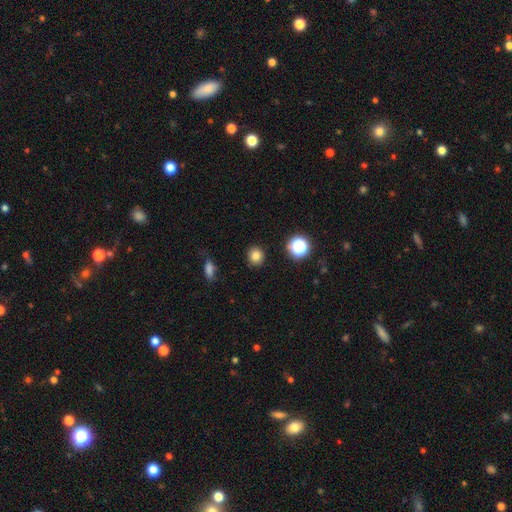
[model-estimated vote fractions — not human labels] Smooth or featured? Predicted: smooth (p=0.81). How rounded? Predicted: round (p=0.86). Merging? Predicted: none (p=0.89).